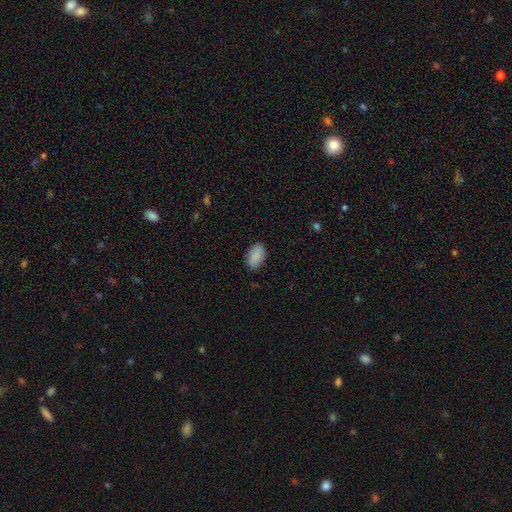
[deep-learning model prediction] smooth-or-featured: smooth: 89% | star or artifact: 7% | featured or disk: 4%
  how-rounded: in between: 94% | round: 5% | cigar-shaped: 2%
  merging: none: 87% | minor disturbance: 10% | major disturbance: 2% | merger: 1%